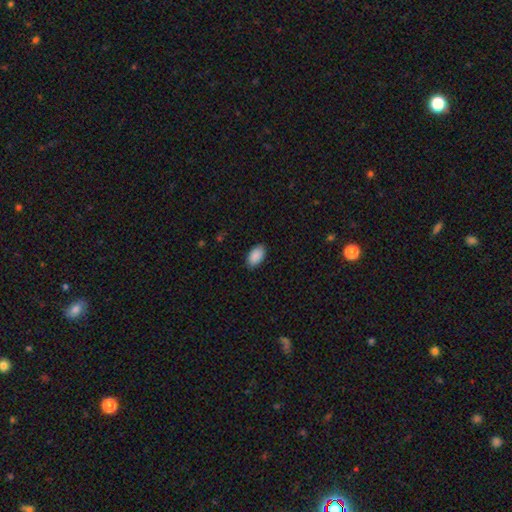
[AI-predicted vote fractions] Smooth or featured? smooth (91%)
How rounded? in between (95%)
Merging? none (87%)